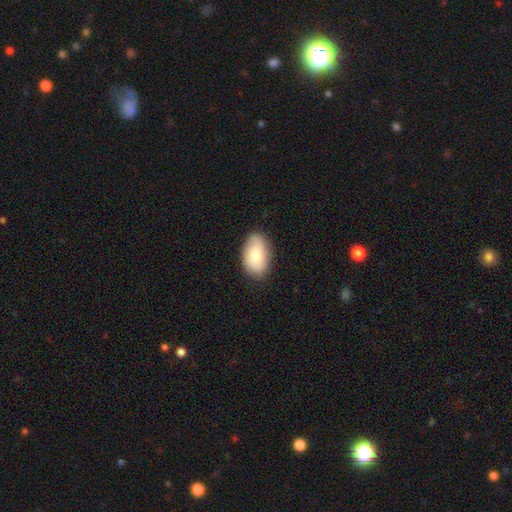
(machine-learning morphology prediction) Smooth or featured? Predicted: smooth (p=0.81). How rounded? Predicted: in between (p=0.93). Merging? Predicted: none (p=0.82).